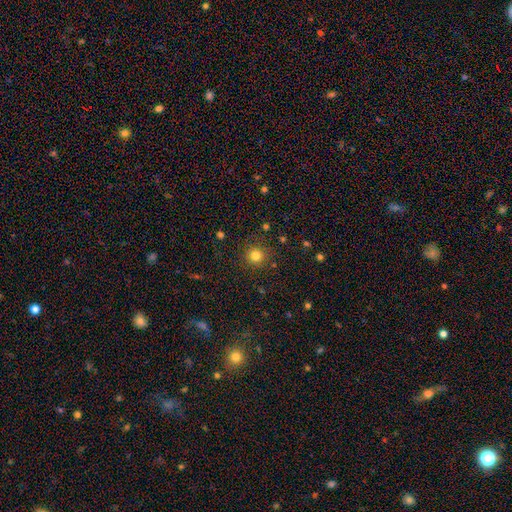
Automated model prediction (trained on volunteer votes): This is likely a smooth galaxy (80%). How rounded: clearly round (94%). Merging: clearly none (88%).